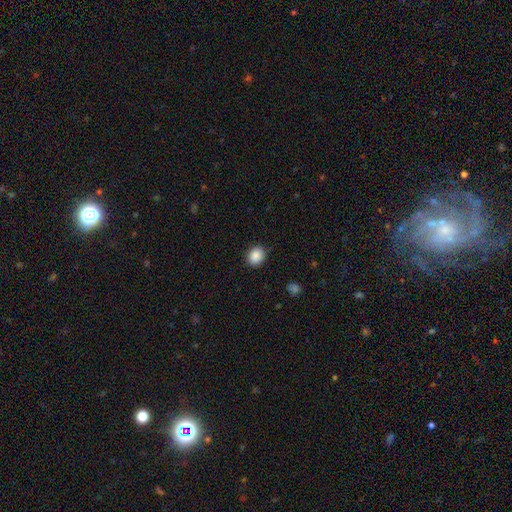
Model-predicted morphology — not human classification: Smooth or featured: smooth — 88% (star or artifact — 8%)
How rounded: round — 67% (in between — 32%)
Merging: none — 88% (minor disturbance — 9%)